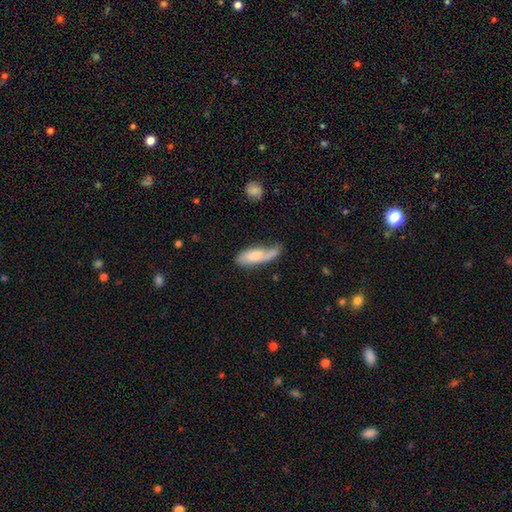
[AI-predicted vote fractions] smooth-or-featured: smooth: 63% | featured or disk: 31% | star or artifact: 6%
  how-rounded: in between: 60% | cigar-shaped: 38% | round: 2%
  merging: none: 39% | minor disturbance: 34% | major disturbance: 18% | merger: 9%